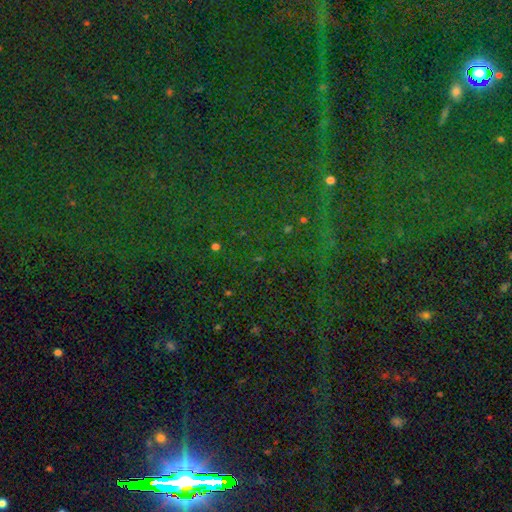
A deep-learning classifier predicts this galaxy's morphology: smooth-or-featured: star or artifact: 85% | featured or disk: 8% | smooth: 7%